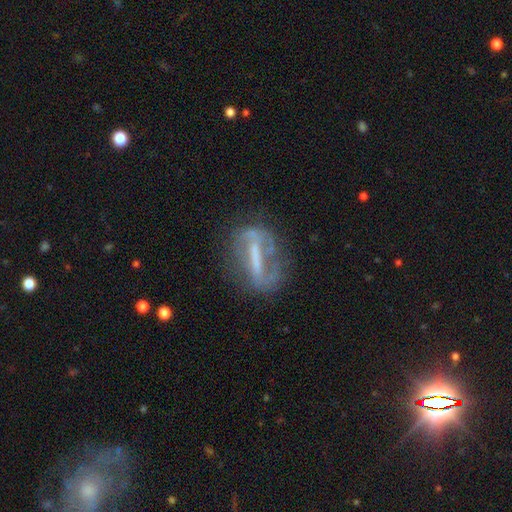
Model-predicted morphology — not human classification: smooth_or_featured: featured or disk (p=0.71) [alt: smooth p=0.19]
disk_edge_on: no (p=0.79) [alt: yes p=0.21]
bar: strong (p=0.75) [alt: weak p=0.16]
has_spiral_arms: yes (p=0.50) [tied with: no p=0.50]
bulge_size: none (p=0.44) [alt: small p=0.27]
merging: none (p=0.63) [alt: minor disturbance p=0.19]